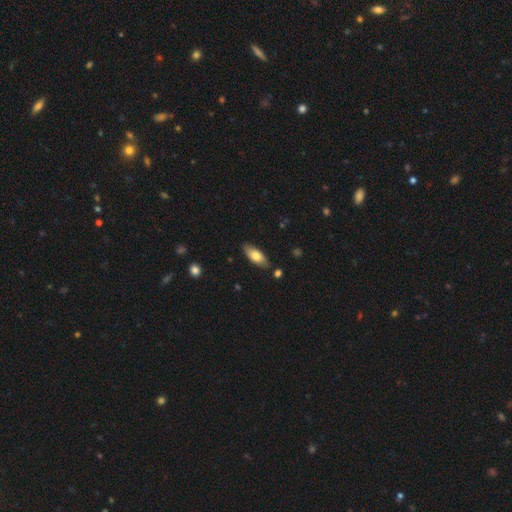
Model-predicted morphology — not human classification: smooth_or_featured: smooth (p=0.74) [alt: featured or disk p=0.19]
how_rounded: in between (p=0.83) [alt: cigar-shaped p=0.15]
merging: none (p=0.83) [alt: minor disturbance p=0.13]